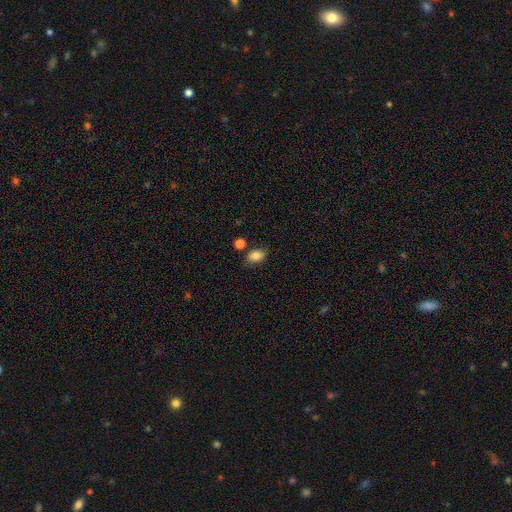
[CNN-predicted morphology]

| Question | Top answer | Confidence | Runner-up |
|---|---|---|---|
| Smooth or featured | smooth | 84% | star or artifact (9%) |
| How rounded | in between | 82% | round (17%) |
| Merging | none | 74% | minor disturbance (16%) |